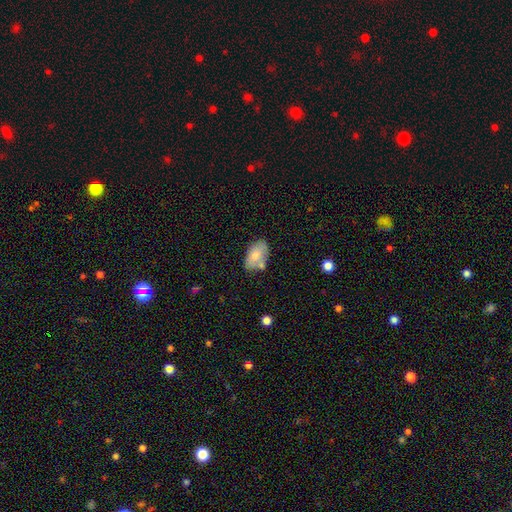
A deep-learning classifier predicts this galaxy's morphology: Smooth or featured?
  - smooth: 74% *
  - featured or disk: 20%
  - star or artifact: 7%
How rounded?
  - in between: 93% *
  - round: 6%
  - cigar-shaped: 2%
Merging?
  - none: 57% *
  - minor disturbance: 23%
  - merger: 15%
  - major disturbance: 6%